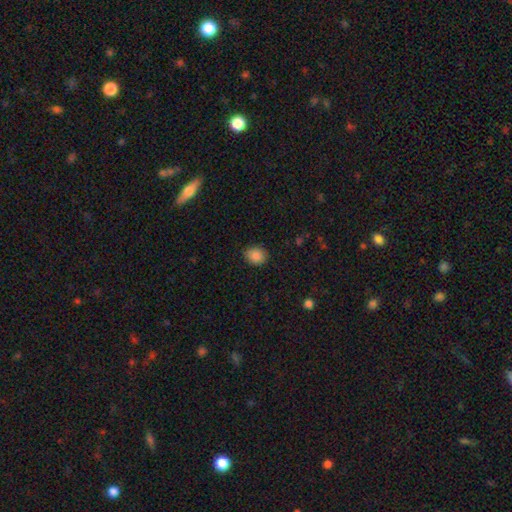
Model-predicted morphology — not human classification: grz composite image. It shows a smooth galaxy with no disk features (87%) that is round (65%). Merging: none (87%).